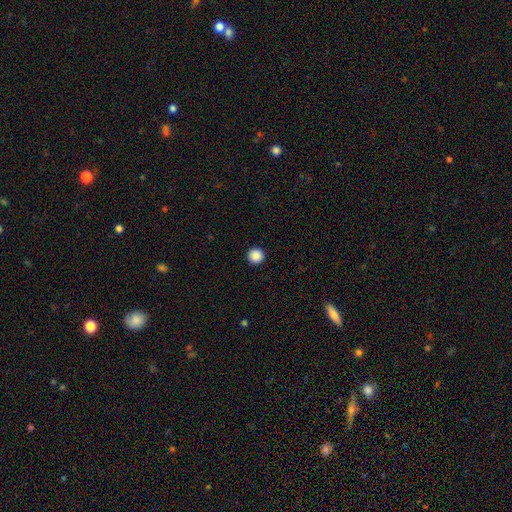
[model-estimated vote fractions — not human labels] Smooth or featured: smooth — 88% (star or artifact — 9%)
How rounded: round — 97% (in between — 2%)
Merging: none — 94% (minor disturbance — 4%)